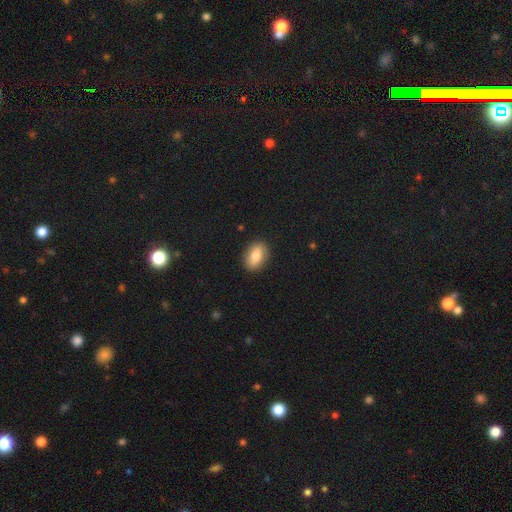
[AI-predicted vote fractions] Smooth or featured? Predicted: smooth (p=0.80). How rounded? Predicted: in between (p=0.84). Merging? Predicted: none (p=0.88).